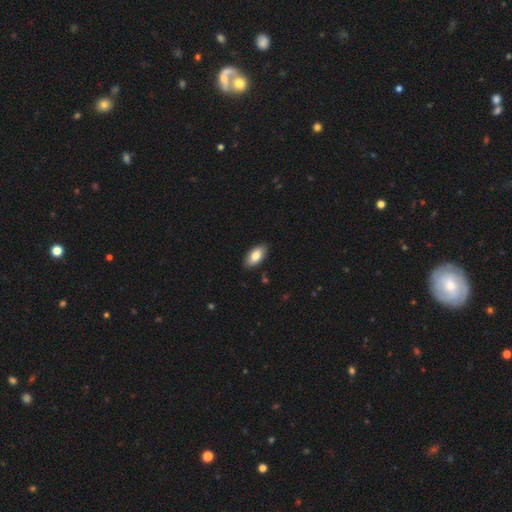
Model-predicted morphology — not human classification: Q: Smooth or featured?
A: smooth (81%); runner-up: featured or disk (13%)
Q: How rounded?
A: in between (93%); runner-up: cigar-shaped (4%)
Q: Merging?
A: none (88%); runner-up: minor disturbance (9%)